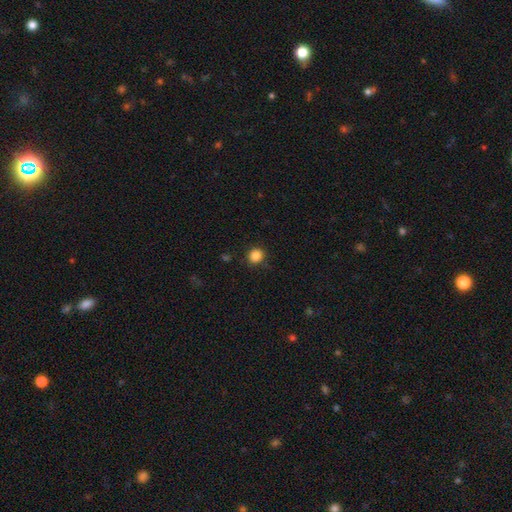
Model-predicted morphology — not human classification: Q: Smooth or featured?
A: smooth (85%); runner-up: star or artifact (11%)
Q: How rounded?
A: round (85%); runner-up: in between (14%)
Q: Merging?
A: none (87%); runner-up: minor disturbance (9%)